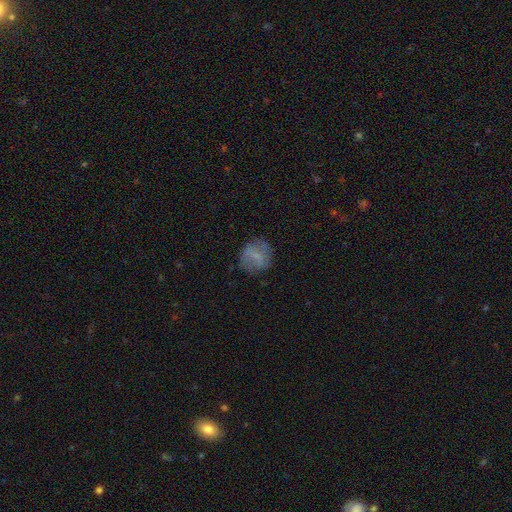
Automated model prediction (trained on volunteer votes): Smooth or featured? smooth (61%)
How rounded? round (79%)
Merging? none (72%)